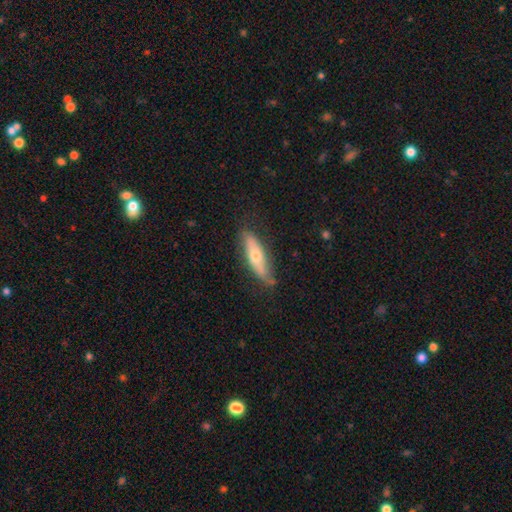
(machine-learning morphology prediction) type=smooth (52%); roundness=cigar-shaped (63%); merging=none (73%).